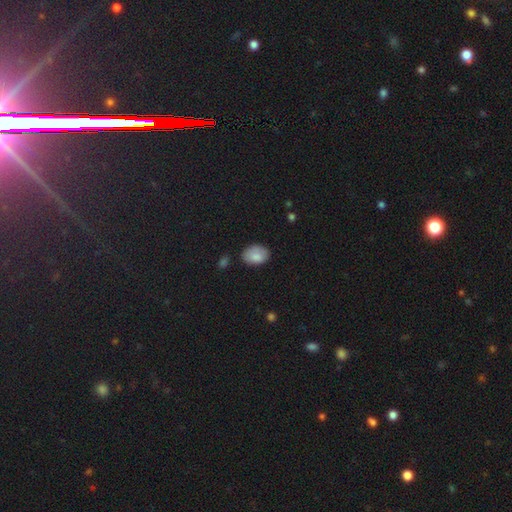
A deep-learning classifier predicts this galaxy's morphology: type=smooth (85%); roundness=in between (82%); merging=none (72%).